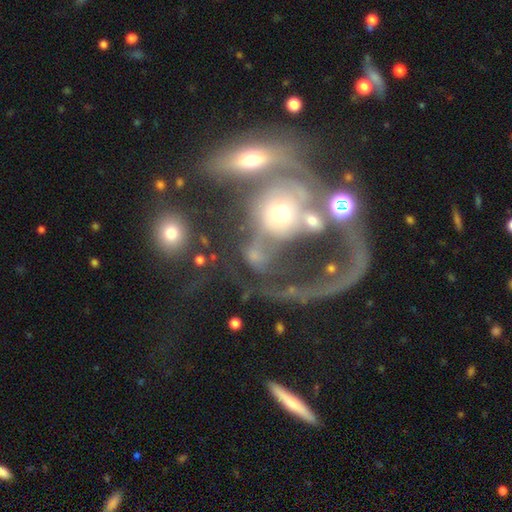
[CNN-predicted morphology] Q: Smooth or featured?
A: smooth (38%); runner-up: featured or disk (36%)
Q: Merging?
A: merger (34%); runner-up: none (28%)